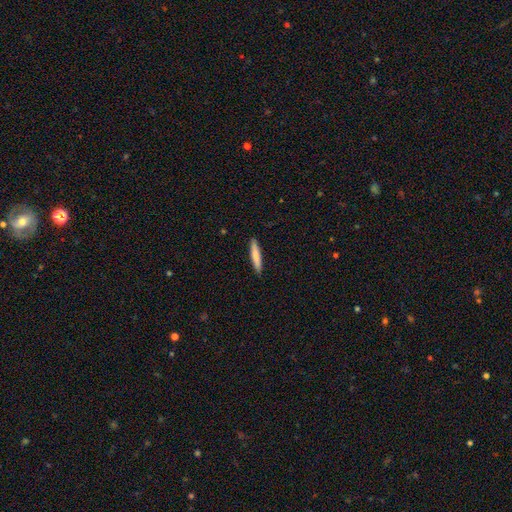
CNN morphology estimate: smooth 79%, featured or disk 16%, star or artifact 5%. Down the decision tree: how rounded — cigar-shaped (92%); merging — none (91%).